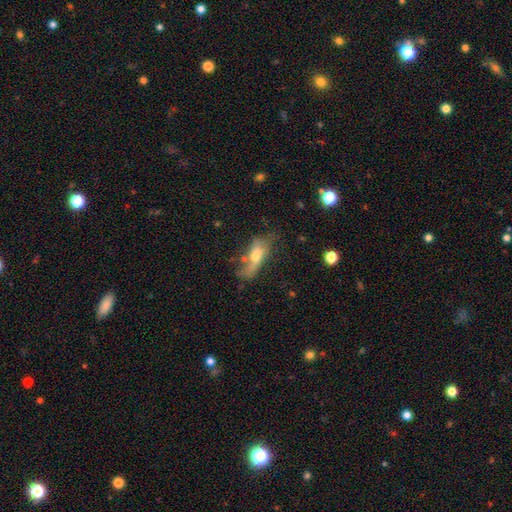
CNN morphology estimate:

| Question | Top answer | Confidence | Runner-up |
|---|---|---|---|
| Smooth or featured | smooth | 49% | featured or disk (42%) |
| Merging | none | 40% | minor disturbance (28%) |